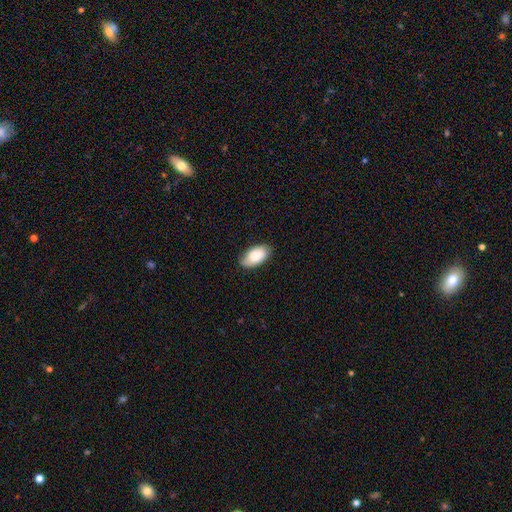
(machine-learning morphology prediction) smooth-or-featured: smooth: 80% | featured or disk: 14% | star or artifact: 6%
  how-rounded: in between: 95% | round: 3% | cigar-shaped: 2%
  merging: none: 79% | minor disturbance: 17% | major disturbance: 3% | merger: 1%